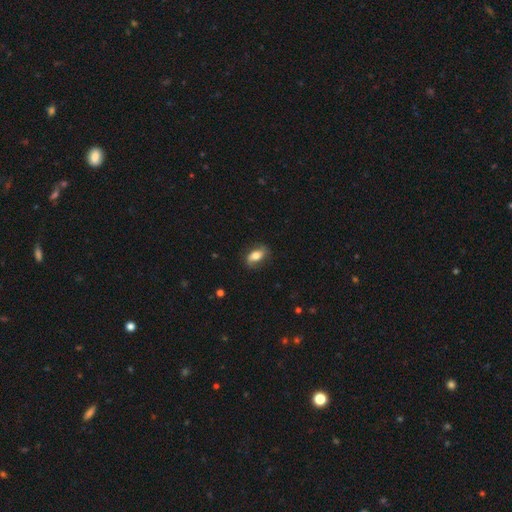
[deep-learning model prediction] This is likely a smooth galaxy (70%). How rounded: clearly in between (85%). Merging: likely none (77%).